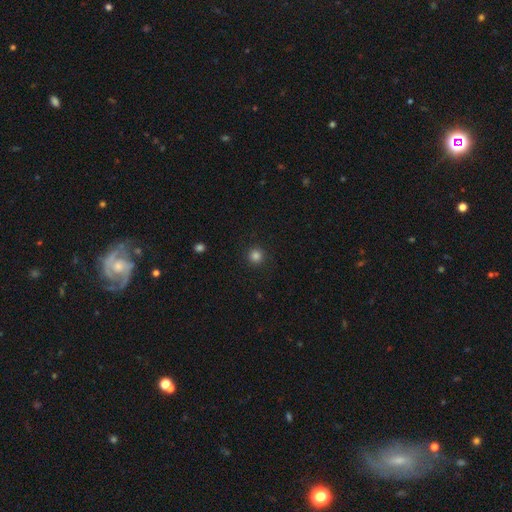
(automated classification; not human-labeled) Q: Smooth or featured?
A: smooth (84%); runner-up: star or artifact (13%)
Q: How rounded?
A: round (96%); runner-up: in between (3%)
Q: Merging?
A: none (91%); runner-up: minor disturbance (6%)